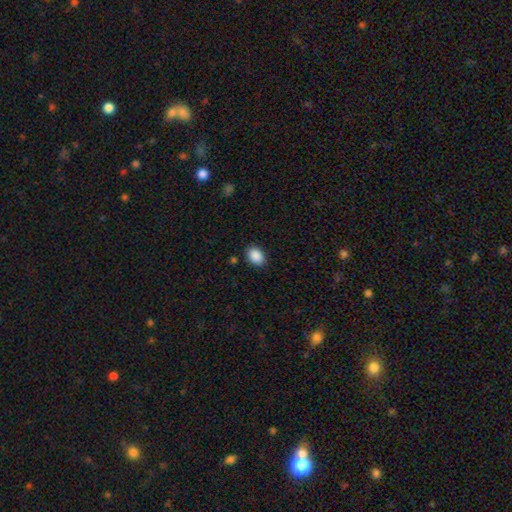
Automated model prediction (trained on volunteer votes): smooth_or_featured: smooth (p=0.89) [alt: star or artifact p=0.08]
how_rounded: in between (p=0.75) [alt: round p=0.24]
merging: none (p=0.87) [alt: minor disturbance p=0.09]